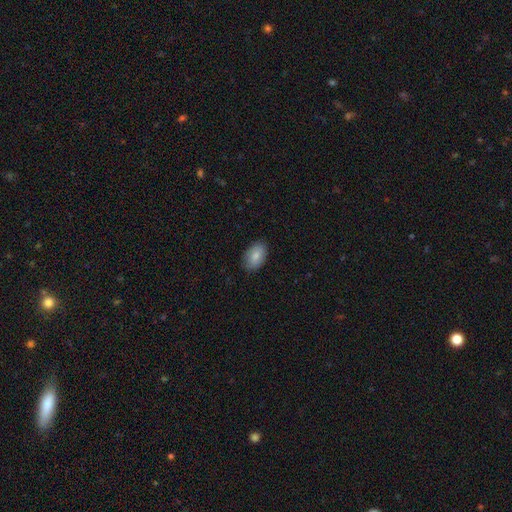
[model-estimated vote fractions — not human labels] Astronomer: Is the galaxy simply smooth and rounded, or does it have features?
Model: smooth — 83%.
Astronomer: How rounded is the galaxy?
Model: in between — 91%.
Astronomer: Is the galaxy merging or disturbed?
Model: none — 85%.